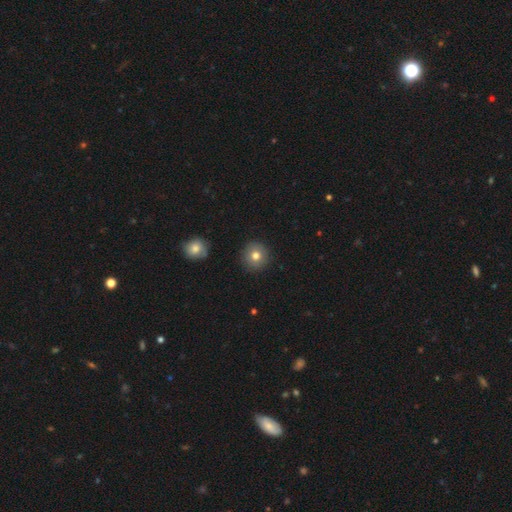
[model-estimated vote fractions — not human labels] Smooth or featured? smooth (78%)
How rounded? round (95%)
Merging? none (91%)